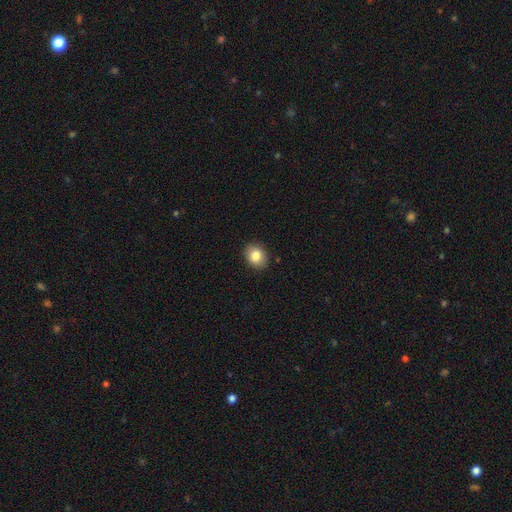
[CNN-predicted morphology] smooth_or_featured: smooth (p=0.84) [alt: star or artifact p=0.09]
how_rounded: in between (p=0.54) [alt: round p=0.45]
merging: none (p=0.89) [alt: minor disturbance p=0.08]